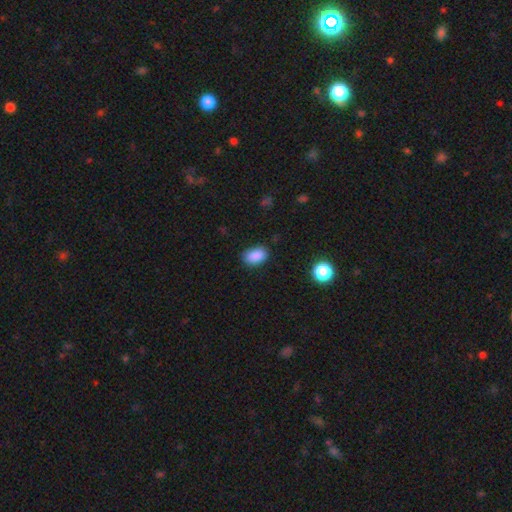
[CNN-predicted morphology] Smooth or featured: smooth — 88% (star or artifact — 9%)
How rounded: in between — 87% (round — 12%)
Merging: none — 83% (minor disturbance — 13%)